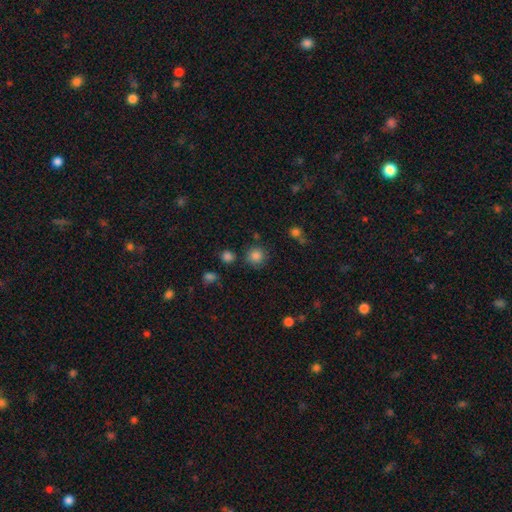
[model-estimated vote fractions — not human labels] This appears to be a smooth galaxy with no disk features (83%) that is round (90%). Merging: none (78%).